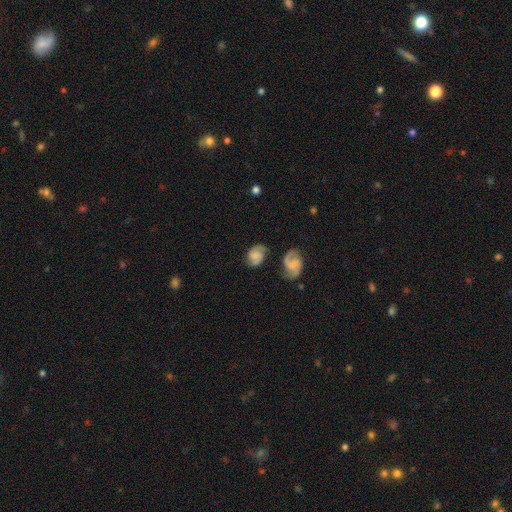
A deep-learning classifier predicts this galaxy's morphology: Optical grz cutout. It shows a featured or disk galaxy (54%) with no bar (63%), spiral arms (89%) and no central bulge (52%). Merging: none (57%).